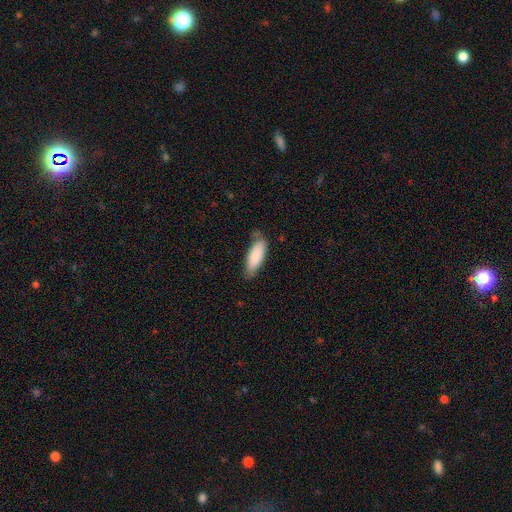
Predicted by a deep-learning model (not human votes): A smooth galaxy with no disk features (86%) that is in between round and cigar-shaped (63%).

Vote fractions:
- Smooth or featured? smooth: 86% / featured or disk: 8% / star or artifact: 6%
- How rounded? in between: 63% / cigar-shaped: 35% / round: 1%
- Merging? none: 70% / minor disturbance: 23% / major disturbance: 4% / merger: 2%